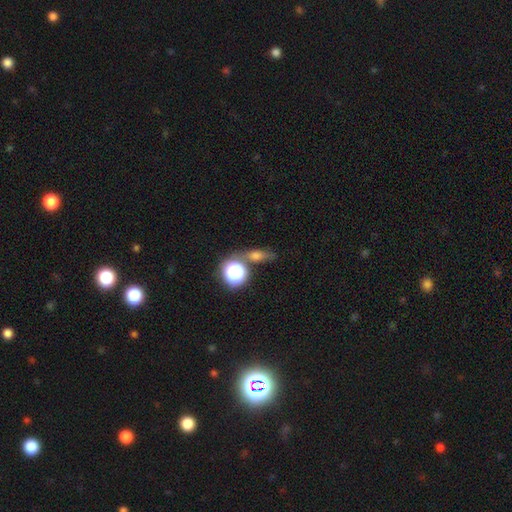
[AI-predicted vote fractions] smooth_or_featured: smooth (p=0.56) [alt: star or artifact p=0.26]
how_rounded: in between (p=0.44) [alt: round p=0.37]
merging: none (p=0.64) [alt: merger p=0.15]